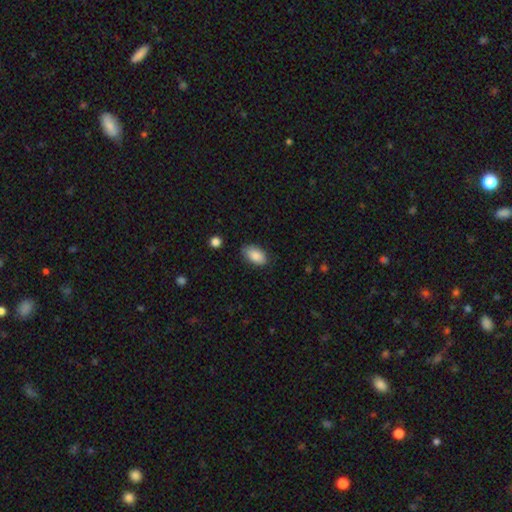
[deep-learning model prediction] smooth_or_featured: smooth (p=0.87) [alt: star or artifact p=0.07]
how_rounded: in between (p=0.93) [alt: round p=0.05]
merging: none (p=0.76) [alt: minor disturbance p=0.19]